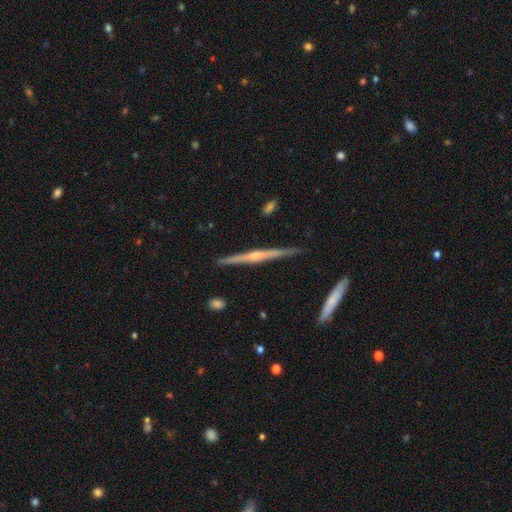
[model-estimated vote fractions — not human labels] smooth_or_featured: featured or disk (p=0.78) [alt: smooth p=0.16]
disk_edge_on: yes (p=0.98) [alt: no p=0.02]
edge_on_bulge: rounded (p=0.70) [alt: none p=0.20]
merging: none (p=0.89) [alt: minor disturbance p=0.08]